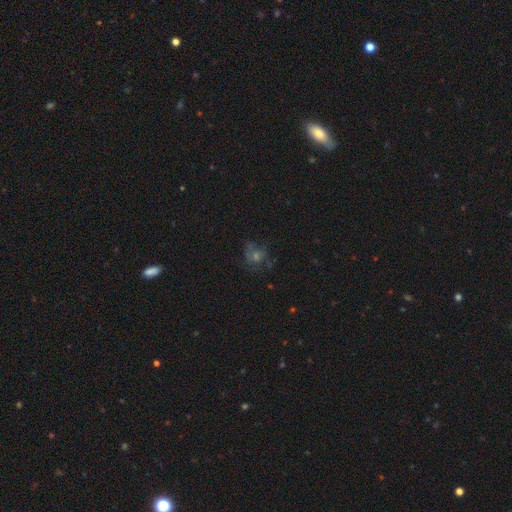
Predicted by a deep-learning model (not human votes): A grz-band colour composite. It shows a featured or disk galaxy (37%). Merging: none (66%).